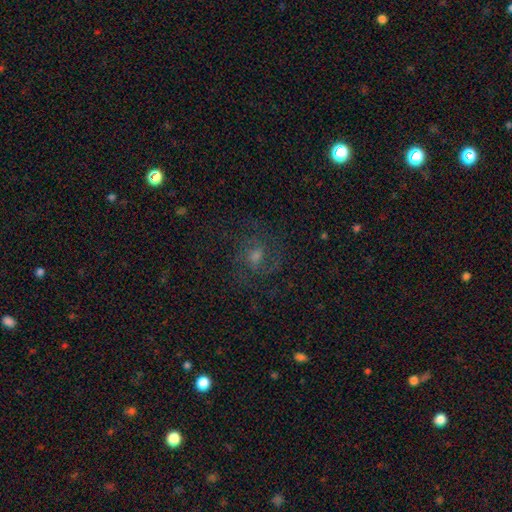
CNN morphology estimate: Smooth or featured?
  - featured or disk: 61% *
  - smooth: 23%
  - star or artifact: 16%
Edge-on disk?
  - no: 97% *
  - yes: 3%
Bar?
  - no: 50% *
  - weak: 43%
  - strong: 8%
Spiral arms?
  - yes: 88% *
  - no: 12%
Spiral winding?
  - medium: 52% *
  - tight: 27%
  - loose: 20%
Spiral arm count?
  - 2: 51% *
  - can't tell: 23%
  - 3: 12%
  - 1: 6%
  - 4: 4%
  - more than 4: 4%
Bulge size?
  - moderate: 50% *
  - small: 34%
  - none: 8%
  - large: 8%
  - dominant: 2%
Merging?
  - none: 68% *
  - minor disturbance: 16%
  - major disturbance: 15%
  - merger: 2%